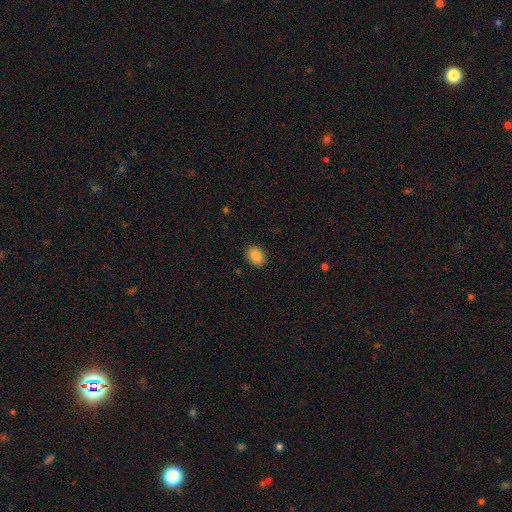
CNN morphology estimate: smooth 87%, star or artifact 8%, featured or disk 5%. Down the decision tree: how rounded — in between (67%); merging — none (89%).